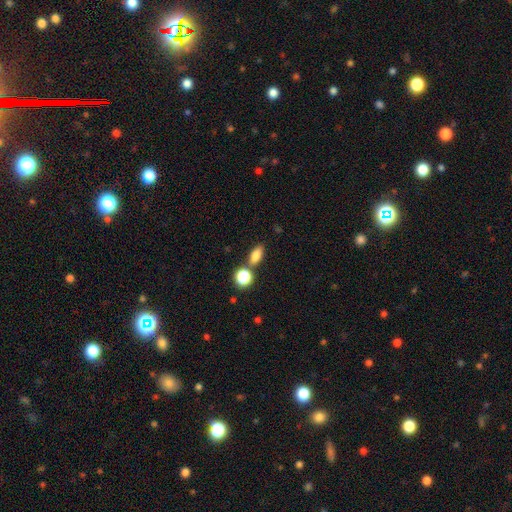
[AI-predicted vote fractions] smooth 81%, star or artifact 12%, featured or disk 8%. Down the decision tree: how rounded — in between (76%); merging — none (71%).